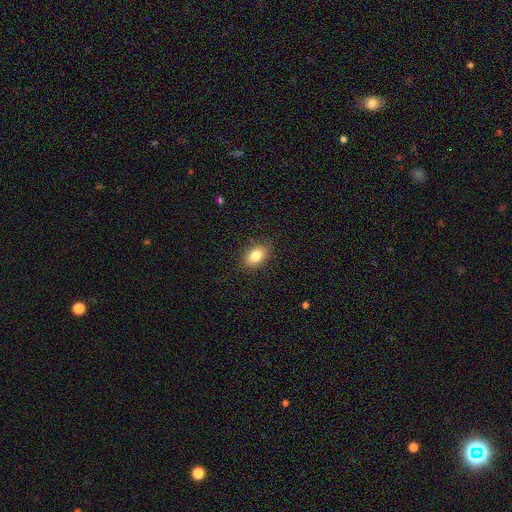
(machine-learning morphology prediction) smooth-or-featured: smooth: 82% | featured or disk: 10% | star or artifact: 8%
  how-rounded: in between: 86% | round: 12% | cigar-shaped: 2%
  merging: none: 85% | minor disturbance: 11% | major disturbance: 3% | merger: 1%